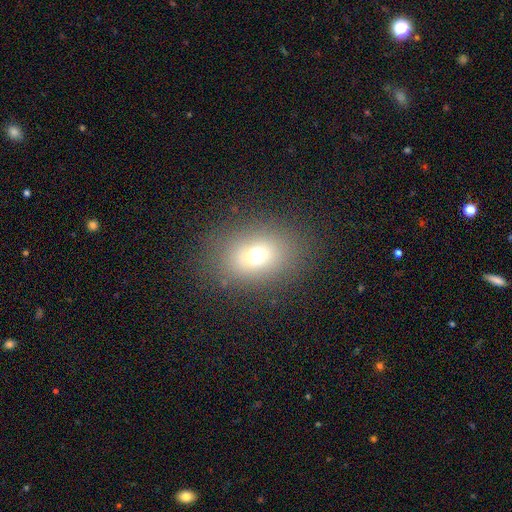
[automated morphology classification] smooth-or-featured: smooth: 69% | star or artifact: 17% | featured or disk: 14%
  how-rounded: in between: 61% | round: 38% | cigar-shaped: 1%
  merging: none: 83% | minor disturbance: 10% | major disturbance: 6% | merger: 1%